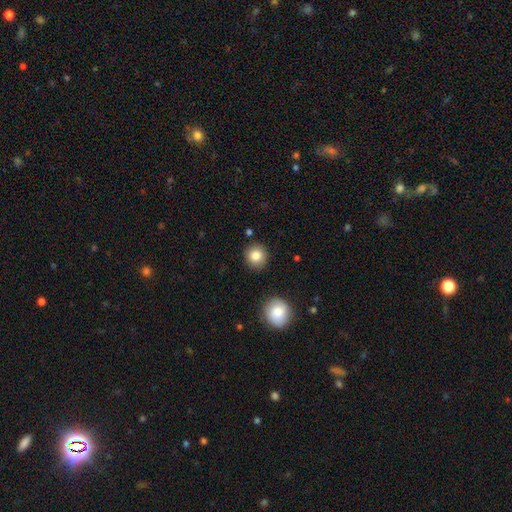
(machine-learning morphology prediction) type=smooth (83%); roundness=round (91%); merging=none (89%).